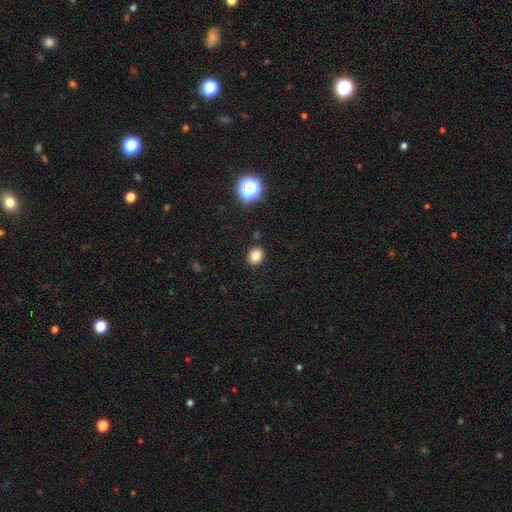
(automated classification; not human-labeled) Q: Smooth or featured?
A: smooth (81%); runner-up: star or artifact (13%)
Q: How rounded?
A: round (65%); runner-up: in between (34%)
Q: Merging?
A: none (89%); runner-up: minor disturbance (7%)